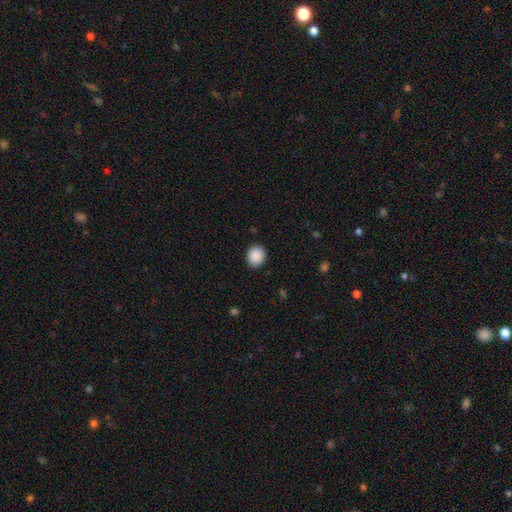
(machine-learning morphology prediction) type=smooth (90%); roundness=round (74%); merging=none (89%).